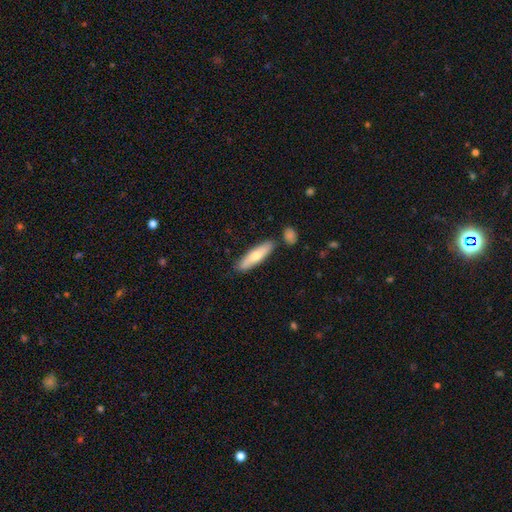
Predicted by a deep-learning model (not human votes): Overall: smooth (67%; featured or disk 27%). How rounded: cigar-shaped (68%; in between 30%). Merging: none (81%).